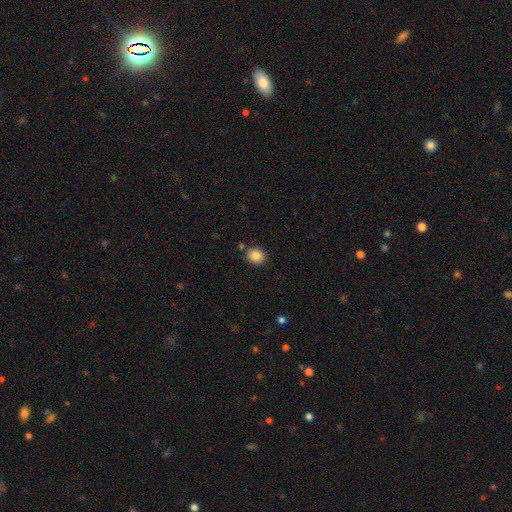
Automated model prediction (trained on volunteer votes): Smooth or featured? Predicted: smooth (p=0.86). How rounded? Predicted: round (p=0.63). Merging? Predicted: none (p=0.83).